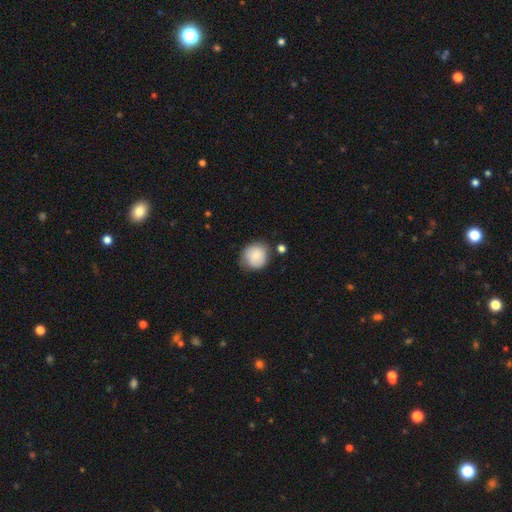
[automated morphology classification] A smooth galaxy with no disk features (79%) that is round (86%).

Vote fractions:
- Smooth or featured? smooth: 79% / featured or disk: 14% / star or artifact: 7%
- How rounded? round: 86% / in between: 13% / cigar-shaped: 1%
- Merging? none: 67% / minor disturbance: 23% / major disturbance: 5% / merger: 5%